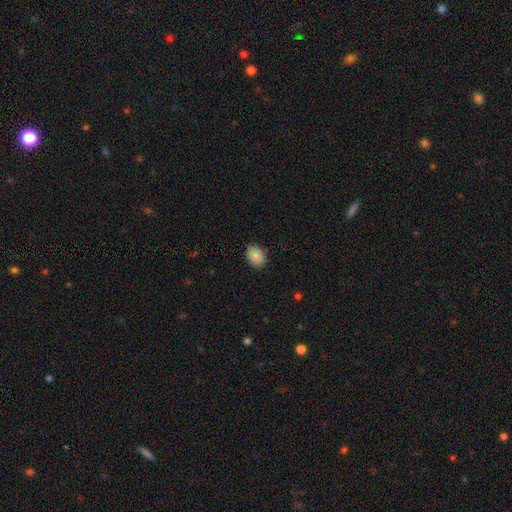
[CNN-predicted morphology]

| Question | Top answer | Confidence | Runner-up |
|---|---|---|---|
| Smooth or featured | smooth | 88% | star or artifact (8%) |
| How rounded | in between | 65% | round (34%) |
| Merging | none | 85% | minor disturbance (11%) |